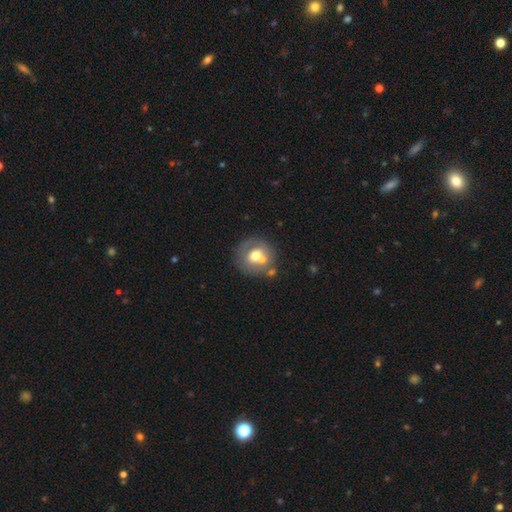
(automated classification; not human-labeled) The model was most divided on "smooth or featured": smooth: 55%, featured or disk: 37%, star or artifact: 8%. More confident: how rounded — round (86%); merging — none (58%).